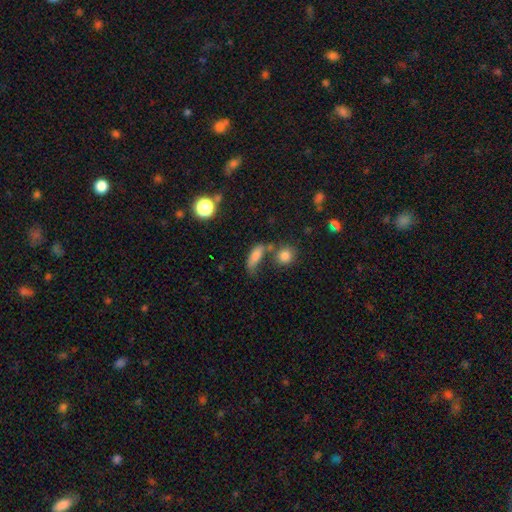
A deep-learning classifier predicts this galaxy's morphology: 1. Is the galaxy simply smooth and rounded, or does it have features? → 78% smooth, 12% star or artifact, 11% featured or disk.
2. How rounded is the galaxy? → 64% in between, 27% cigar-shaped, 8% round.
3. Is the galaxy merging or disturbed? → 45% none, 22% merger, 21% minor disturbance, 12% major disturbance.